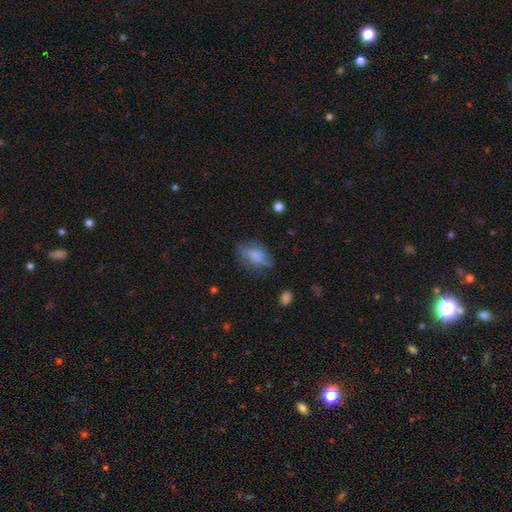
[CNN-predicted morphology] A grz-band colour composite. It shows a smooth galaxy with no disk features (68%) that is in between round and cigar-shaped (85%). Merging: none (55%).